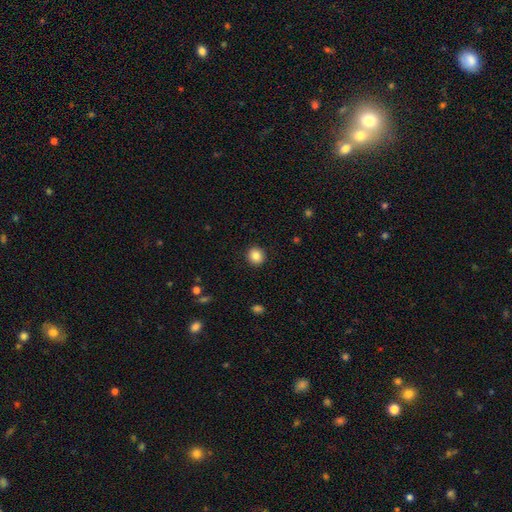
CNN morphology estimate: This is clearly a smooth galaxy (86%). How rounded: clearly round (89%). Merging: clearly none (92%).